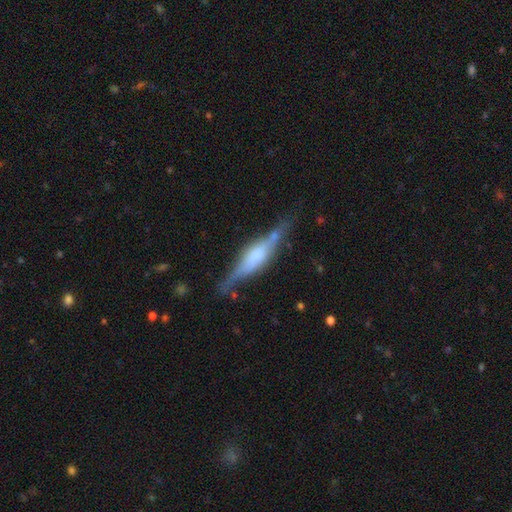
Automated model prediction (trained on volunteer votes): Smooth or featured? Predicted: featured or disk (p=0.75). Edge-on disk? Predicted: yes (p=0.95). Edge-on bulge? Predicted: rounded (p=0.57). Merging? Predicted: none (p=0.76).